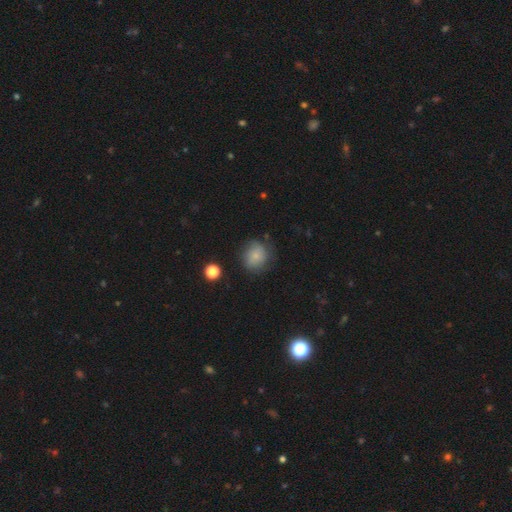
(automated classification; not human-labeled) A smooth galaxy with no disk features (73%) that is round (81%). Merging: none (67%).